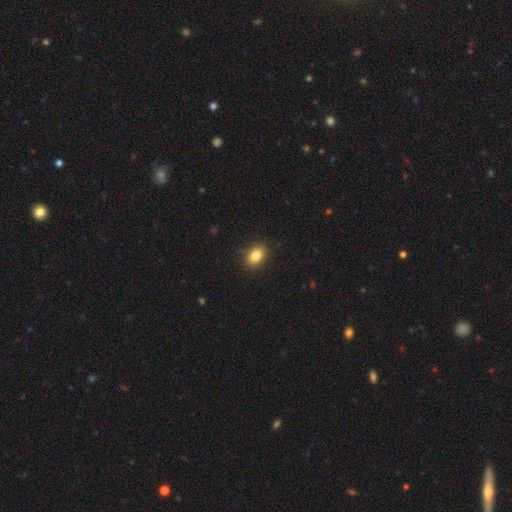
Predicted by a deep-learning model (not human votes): Morphology: type=smooth (84%); roundness=in between (76%); merging=none (87%).